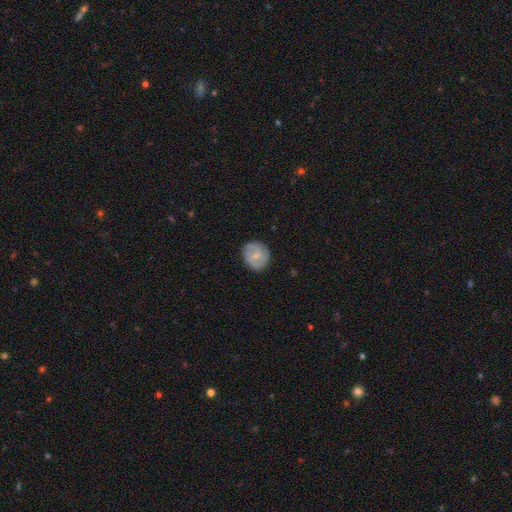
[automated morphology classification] The model was most divided on "smooth or featured": smooth: 49%, featured or disk: 45%, star or artifact: 6%. More confident: merging — none (82%).